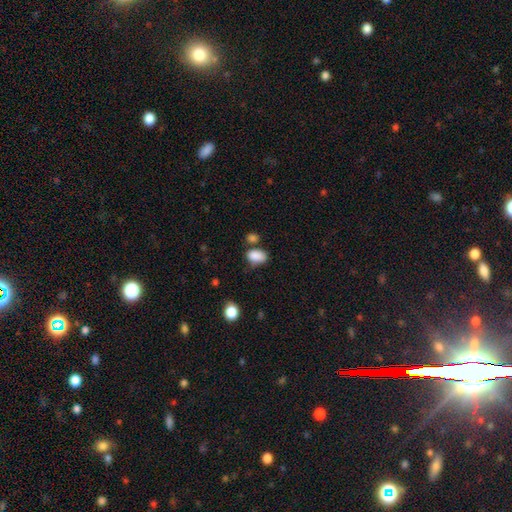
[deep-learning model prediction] smooth 87%, star or artifact 9%, featured or disk 4%. Down the decision tree: how rounded — in between (85%); merging — none (58%).